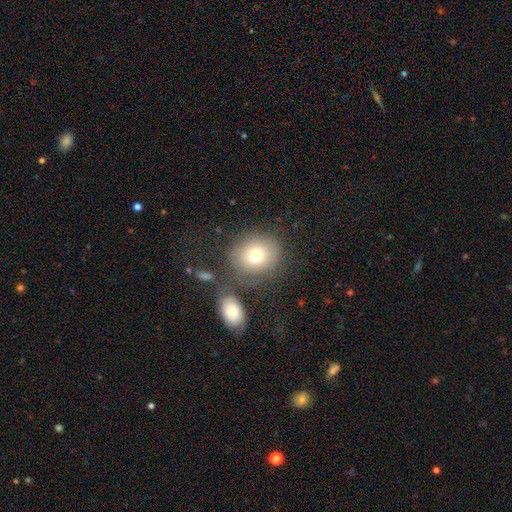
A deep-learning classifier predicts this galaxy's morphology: Q: Smooth or featured?
A: smooth (73%); runner-up: featured or disk (16%)
Q: How rounded?
A: round (70%); runner-up: in between (29%)
Q: Merging?
A: none (66%); runner-up: merger (14%)